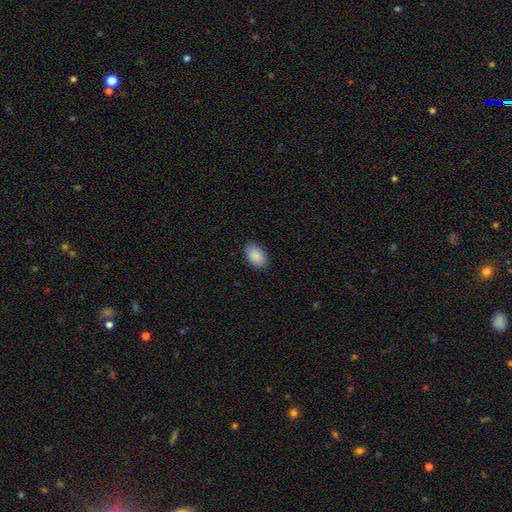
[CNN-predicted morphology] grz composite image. It shows a smooth galaxy with no disk features (90%) that is in between round and cigar-shaped (93%). Merging: none (87%).